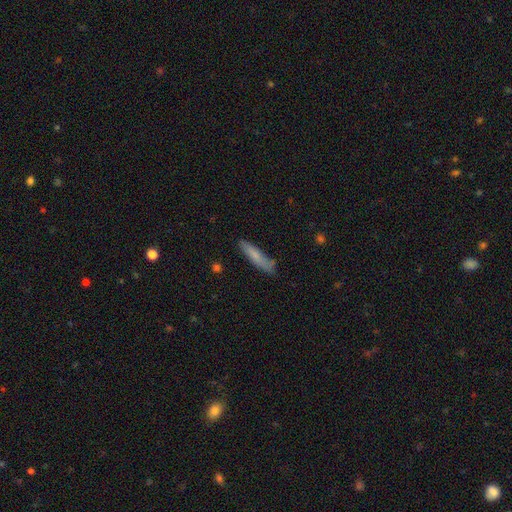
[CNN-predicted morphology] Smooth or featured? Predicted: smooth (p=0.73). How rounded? Predicted: cigar-shaped (p=0.84). Merging? Predicted: none (p=0.75).